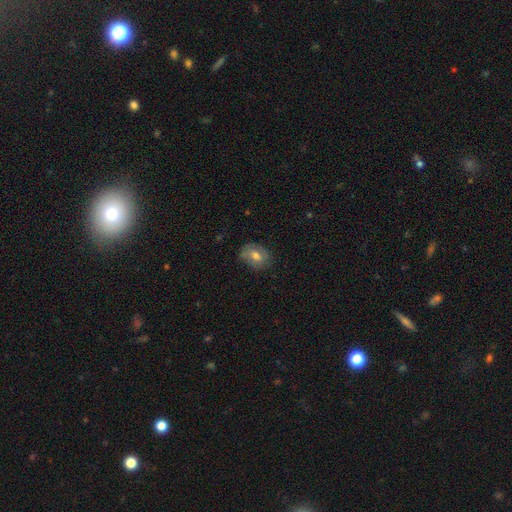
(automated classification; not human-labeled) Morphology: type=smooth (64%); roundness=in between (59%); merging=none (71%).